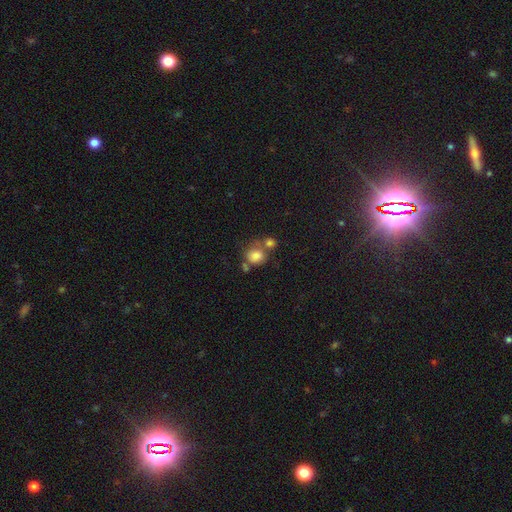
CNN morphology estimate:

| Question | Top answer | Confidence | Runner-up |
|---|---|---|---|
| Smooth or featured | smooth | 79% | featured or disk (11%) |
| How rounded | round | 72% | in between (27%) |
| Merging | none | 43% | merger (36%) |